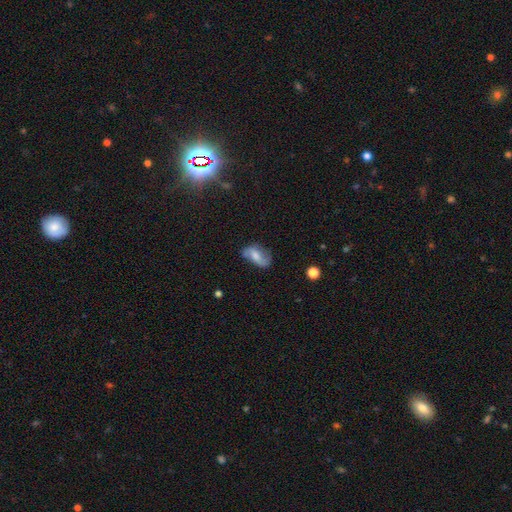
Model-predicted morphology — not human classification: Q: Smooth or featured?
A: featured or disk (50%); runner-up: smooth (41%)
Q: Edge-on disk?
A: no (94%); runner-up: yes (6%)
Q: Merging?
A: none (60%); runner-up: minor disturbance (27%)